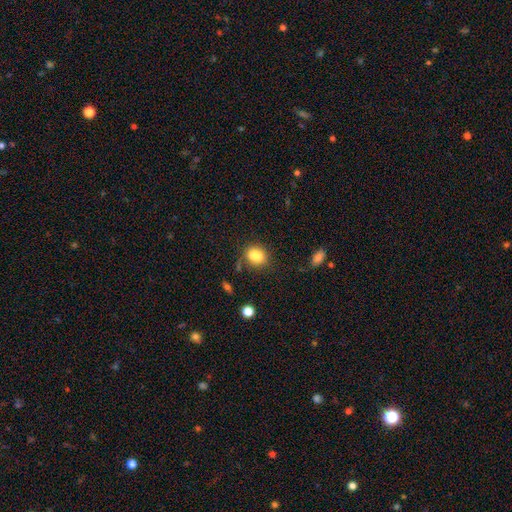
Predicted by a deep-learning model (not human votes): smooth-or-featured: smooth: 78% | featured or disk: 12% | star or artifact: 11%
  how-rounded: in between: 53% | round: 45% | cigar-shaped: 2%
  merging: none: 48% | merger: 30% | minor disturbance: 16% | major disturbance: 6%